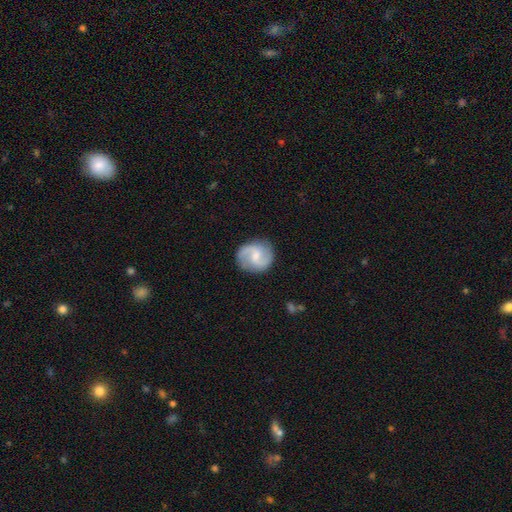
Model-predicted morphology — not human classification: Overall: featured or disk (80%). Edge-on disk: no (98%). Bar: weak (58%; no 29%). Spiral arms: yes (96%). Spiral arm count: 2 (92%). Spiral winding: medium (53%; loose 32%). Bulge size: small (44%; moderate 42%). Merging: none (85%).